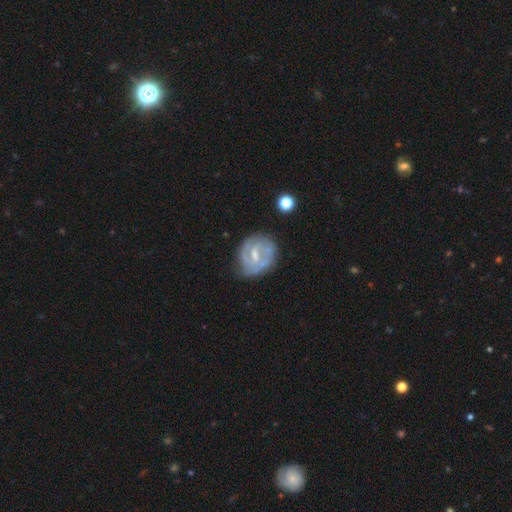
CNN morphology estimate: Q: Smooth or featured?
A: featured or disk (72%); runner-up: smooth (22%)
Q: Edge-on disk?
A: no (98%); runner-up: yes (2%)
Q: Bar?
A: weak (54%); runner-up: no (29%)
Q: Spiral arms?
A: yes (72%); runner-up: no (28%)
Q: Spiral winding?
A: tight (49%); runner-up: medium (36%)
Q: Spiral arm count?
A: 2 (49%); runner-up: can't tell (31%)
Q: Bulge size?
A: small (43%); runner-up: moderate (40%)
Q: Merging?
A: none (63%); runner-up: minor disturbance (24%)